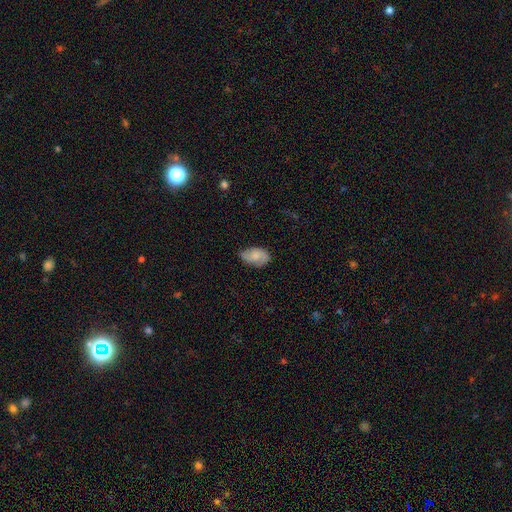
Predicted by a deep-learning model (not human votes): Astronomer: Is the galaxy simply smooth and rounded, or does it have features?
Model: smooth — 53% (runner-up: featured or disk, 39%).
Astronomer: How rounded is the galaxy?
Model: in between — 90%.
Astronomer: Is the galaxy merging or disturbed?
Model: none — 71%.